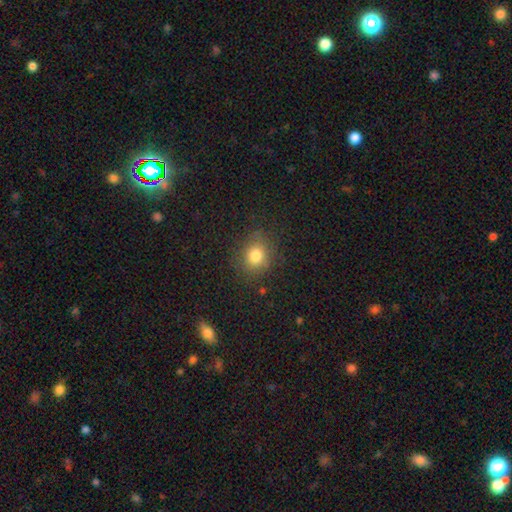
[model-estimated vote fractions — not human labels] Morphology: type=smooth (78%); roundness=round (74%); merging=none (83%).